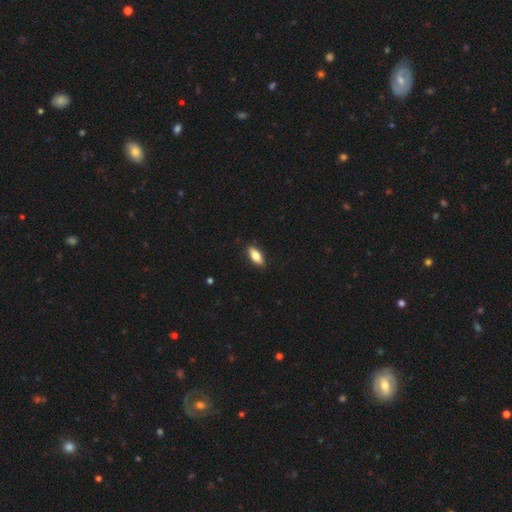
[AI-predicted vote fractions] A smooth galaxy with no disk features (78%) that is in between round and cigar-shaped (76%).

Vote fractions:
- Smooth or featured? smooth: 78% / featured or disk: 16% / star or artifact: 6%
- How rounded? in between: 76% / cigar-shaped: 22% / round: 2%
- Merging? none: 88% / minor disturbance: 9% / major disturbance: 2% / merger: 1%